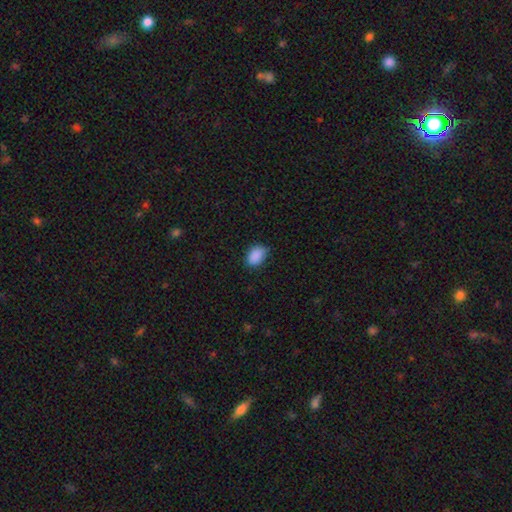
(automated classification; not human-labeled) The model was most divided on "merging": none: 75%, minor disturbance: 20%, major disturbance: 3%, merger: 1%. More confident: smooth or featured — smooth (89%); how rounded — in between (85%).